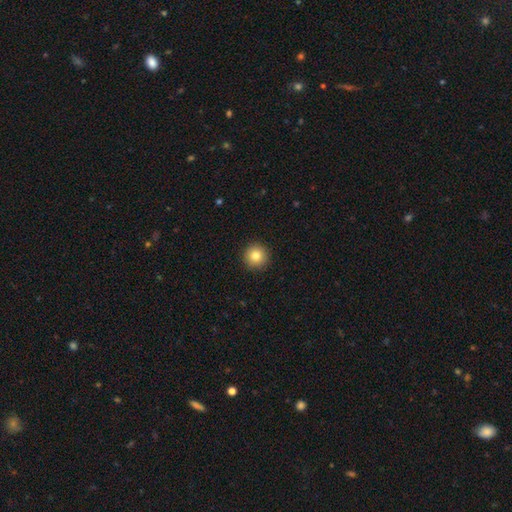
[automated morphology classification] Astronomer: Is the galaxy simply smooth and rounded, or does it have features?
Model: smooth — 83%.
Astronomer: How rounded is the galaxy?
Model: round — 95%.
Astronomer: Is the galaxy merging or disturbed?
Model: none — 92%.